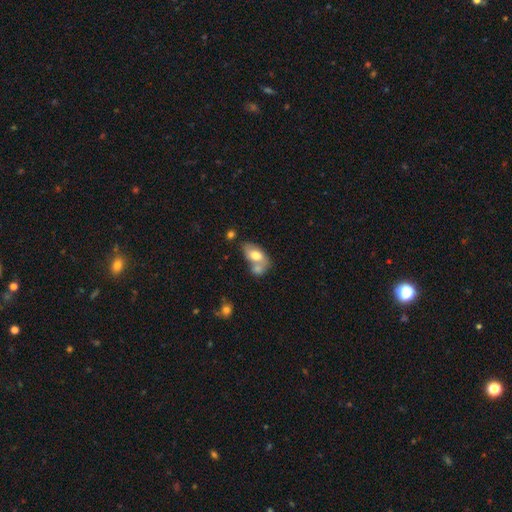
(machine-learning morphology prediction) smooth 67%, featured or disk 26%, star or artifact 7%. Down the decision tree: how rounded — in between (90%); merging — merger (50%).